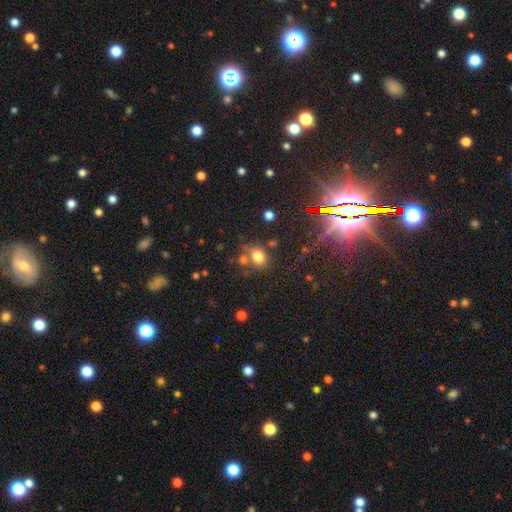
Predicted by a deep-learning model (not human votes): This is marginally a smooth galaxy (45%). Merging: likely none (69%).